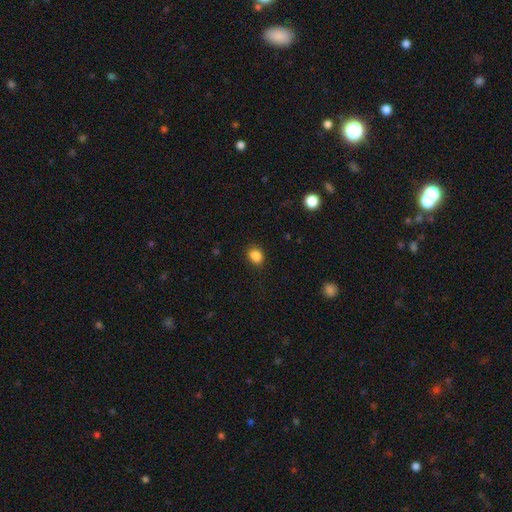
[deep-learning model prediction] Morphology: type=smooth (86%); roundness=in between (56%); merging=none (83%).